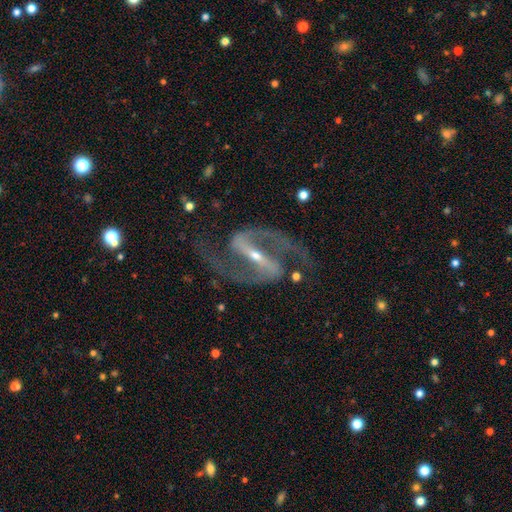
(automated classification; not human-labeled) featured or disk 94%, star or artifact 4%, smooth 2%. Down the decision tree: edge-on disk — no (97%); bar — strong (75%); spiral arms — yes (98%); spiral arm count — 2 (95%); spiral winding — medium (61%); bulge size — small (65%); merging — none (80%).